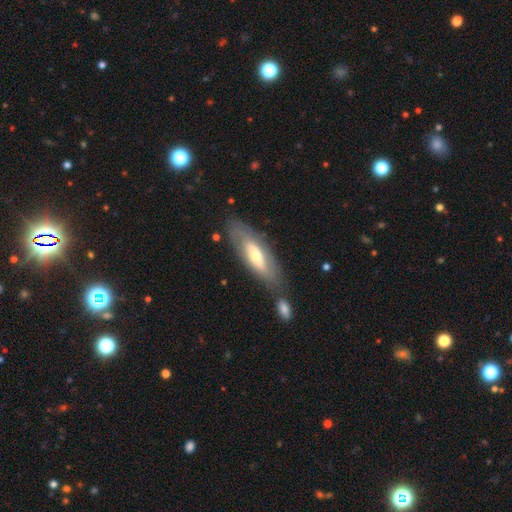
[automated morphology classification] Smooth or featured? featured or disk (50%)
Merging? none (72%)